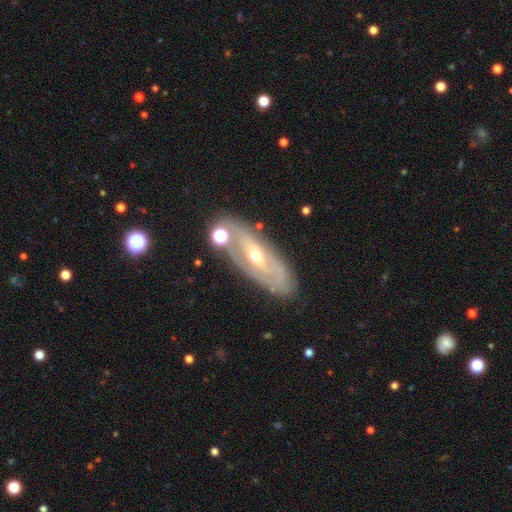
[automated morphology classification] This appears to be a featured or disk galaxy (77%) with no bar (49%), spiral arms (65%) and a moderate central bulge (55%). Merging: none (74%).